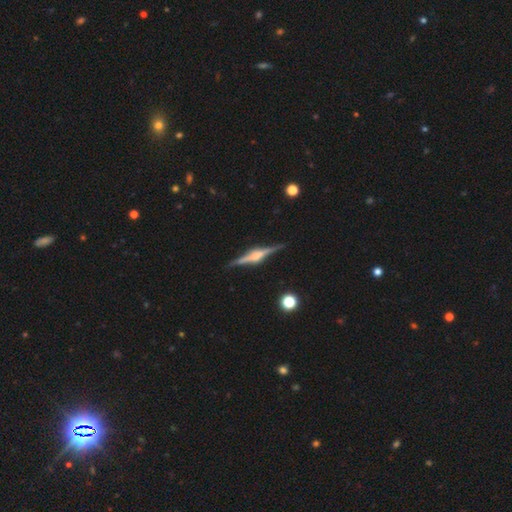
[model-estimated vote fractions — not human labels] Smooth or featured: featured or disk — 85% (smooth — 9%)
Edge-on disk: yes — 98% (no — 2%)
Edge-on bulge: rounded — 78% (boxy — 18%)
Merging: none — 90% (minor disturbance — 7%)